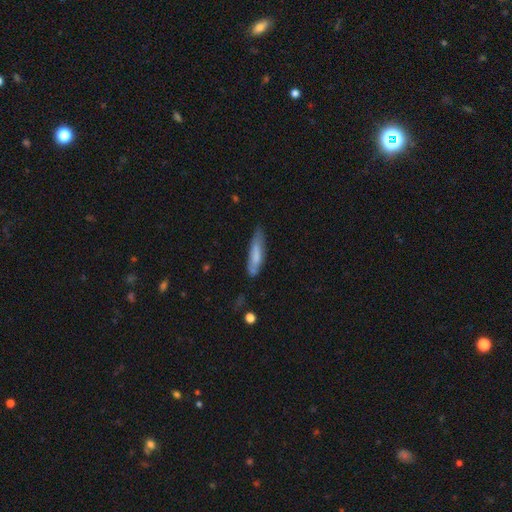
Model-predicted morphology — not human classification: A smooth galaxy with no disk features (68%) that is cigar-shaped (74%).

Vote fractions:
- Smooth or featured? smooth: 68% / featured or disk: 26% / star or artifact: 6%
- How rounded? cigar-shaped: 74% / in between: 25% / round: 1%
- Merging? none: 62% / minor disturbance: 28% / major disturbance: 7% / merger: 3%